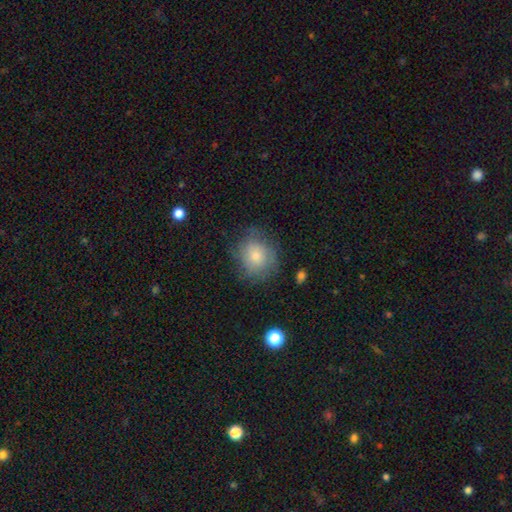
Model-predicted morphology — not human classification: Overall: smooth (73%). How rounded: round (79%). Merging: none (68%).